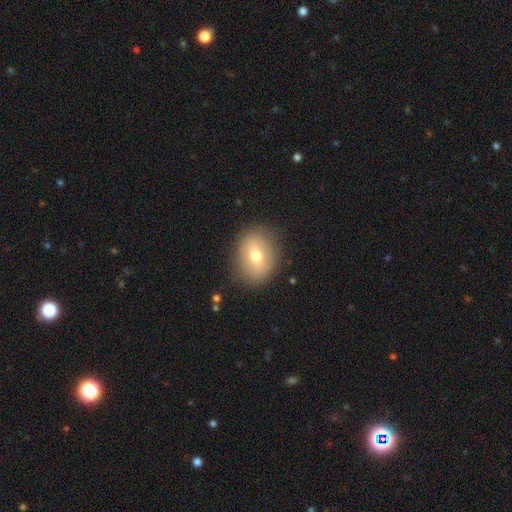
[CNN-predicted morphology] A smooth galaxy with no disk features (66%) that is in between round and cigar-shaped (60%). Merging: none (86%).